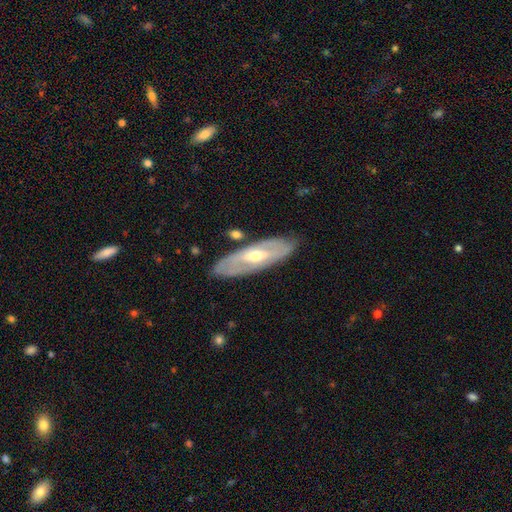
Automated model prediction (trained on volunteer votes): smooth_or_featured: featured or disk (p=0.71) [alt: smooth p=0.24]
disk_edge_on: no (p=0.75) [alt: yes p=0.25]
bar: weak (p=0.36) [tied with: no p=0.36]
has_spiral_arms: yes (p=0.52) [alt: no p=0.48]
bulge_size: moderate (p=0.60) [alt: small p=0.36]
merging: none (p=0.81) [alt: minor disturbance p=0.13]